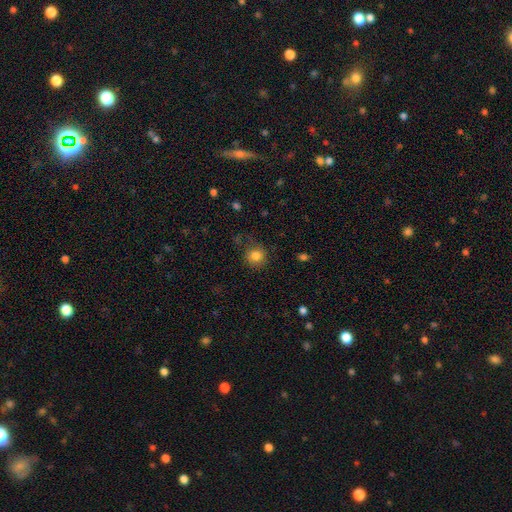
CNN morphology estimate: smooth 82%, star or artifact 11%, featured or disk 7%. Down the decision tree: how rounded — round (90%); merging — none (78%).